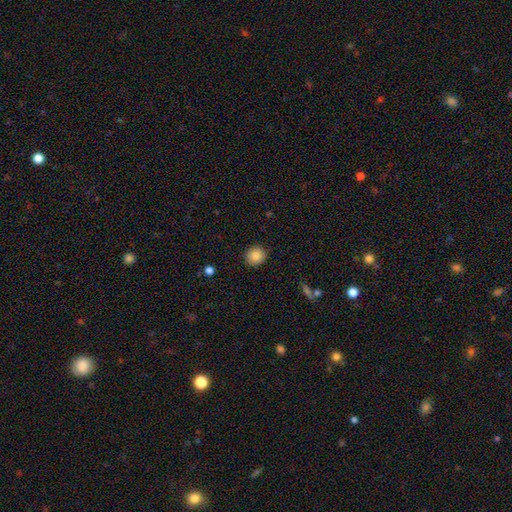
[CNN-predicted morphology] Smooth or featured? smooth (84%)
How rounded? round (85%)
Merging? none (90%)